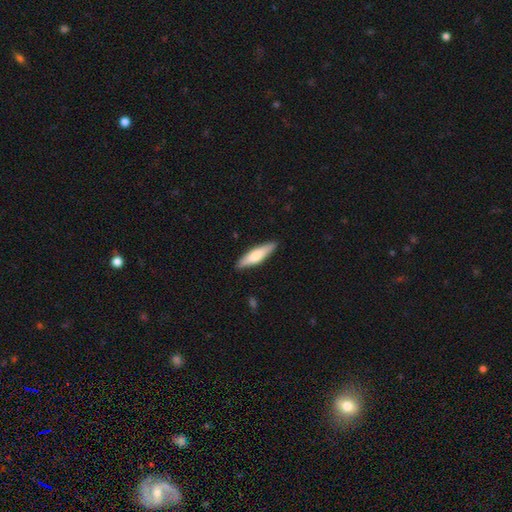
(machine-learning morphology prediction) Smooth or featured? smooth (64%)
How rounded? cigar-shaped (72%)
Merging? none (89%)